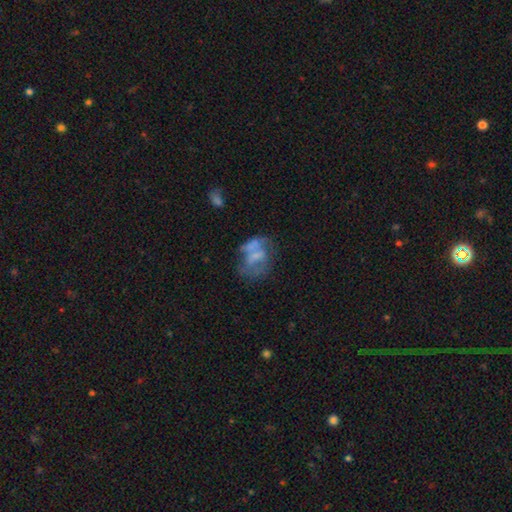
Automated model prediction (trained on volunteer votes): Morphology: type=featured or disk (54%); edge-on=no (97%); bar=no (67%); spiral arms=no (74%); bulge=none (50%); merging=none (37%).